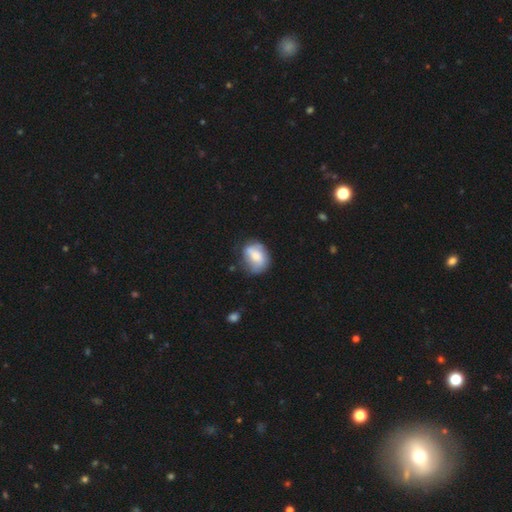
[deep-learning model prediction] This appears to be a smooth galaxy with no disk features (60%) that is in between round and cigar-shaped (59%). Merging: none (52%).